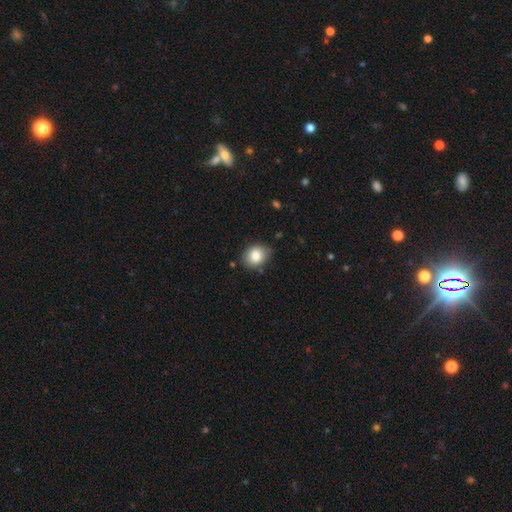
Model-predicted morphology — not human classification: smooth_or_featured: smooth (p=0.83) [alt: star or artifact p=0.09]
how_rounded: round (p=0.55) [alt: in between p=0.44]
merging: none (p=0.83) [alt: minor disturbance p=0.13]